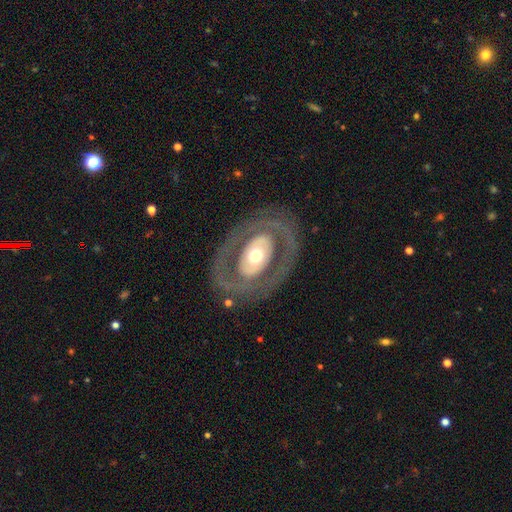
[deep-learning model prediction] Smooth or featured? featured or disk (67%)
Edge-on disk? no (93%)
Bar? no (83%)
Spiral arms? no (80%)
Bulge size? moderate (63%)
Merging? none (79%)